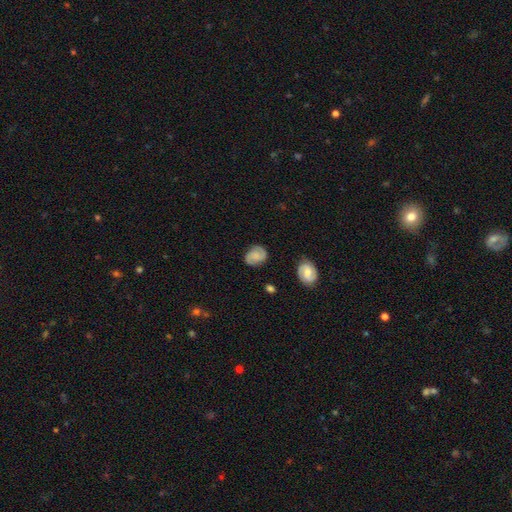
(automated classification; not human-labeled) This is possibly a featured or disk galaxy (57%). It is clearly not viewed edge-on (97%). Bar: possibly no (56%). Spiral arm pattern: clearly yes (94%). Spiral arm count: clearly 2 (87%). Spiral winding: possibly medium (47%). Central bulge: possibly none (46%). Merging: clearly none (80%).